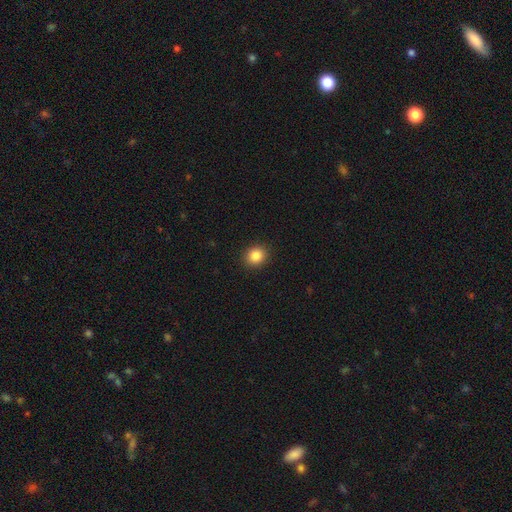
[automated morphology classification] Overall: smooth (86%). How rounded: round (79%). Merging: none (91%).